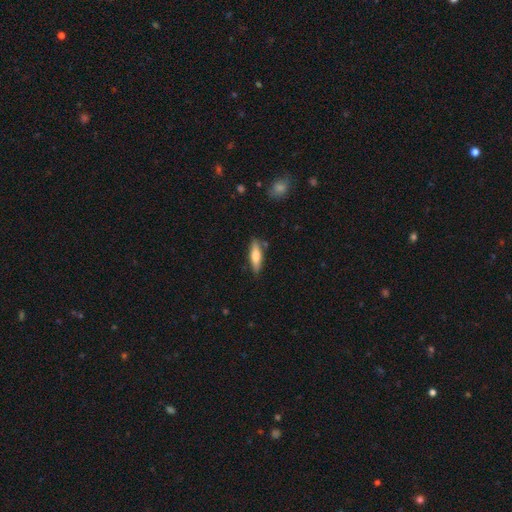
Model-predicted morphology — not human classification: A smooth galaxy with no disk features (68%) that is cigar-shaped (61%). Merging: none (81%).